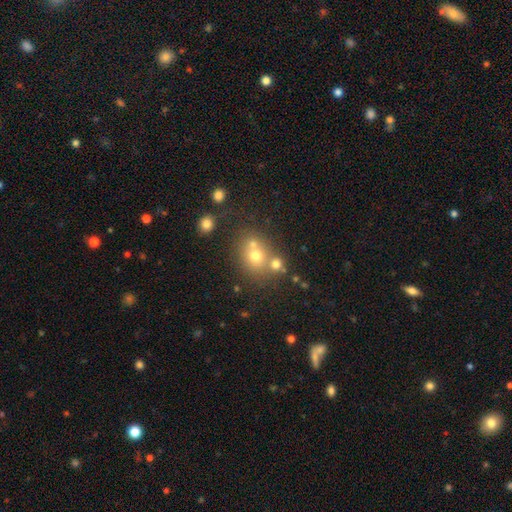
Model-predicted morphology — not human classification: A smooth galaxy with no disk features (67%) that is round (72%). Merging: none (51%).